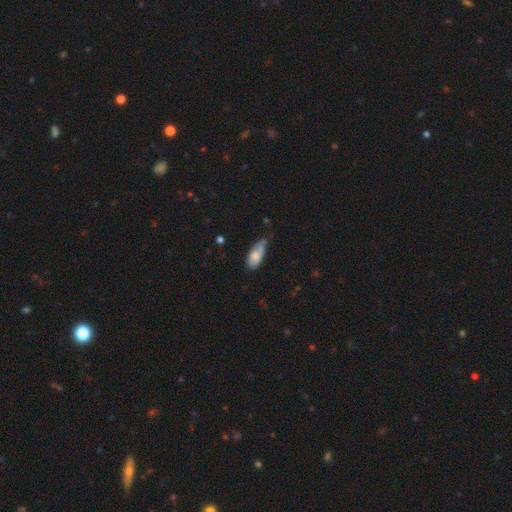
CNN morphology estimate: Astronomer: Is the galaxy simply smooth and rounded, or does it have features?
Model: smooth — 69%.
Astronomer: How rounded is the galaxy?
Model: in between — 85%.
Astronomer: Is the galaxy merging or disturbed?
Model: minor disturbance — 45% (runner-up: none, 39%).